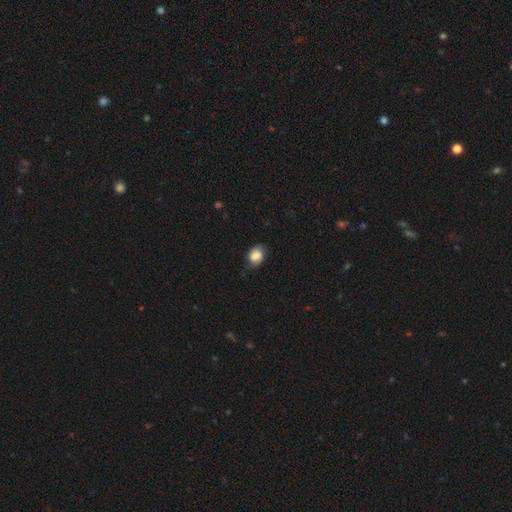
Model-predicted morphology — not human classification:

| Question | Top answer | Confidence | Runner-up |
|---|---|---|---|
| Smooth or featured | smooth | 82% | featured or disk (10%) |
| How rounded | in between | 50% | round (49%) |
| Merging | none | 64% | minor disturbance (28%) |